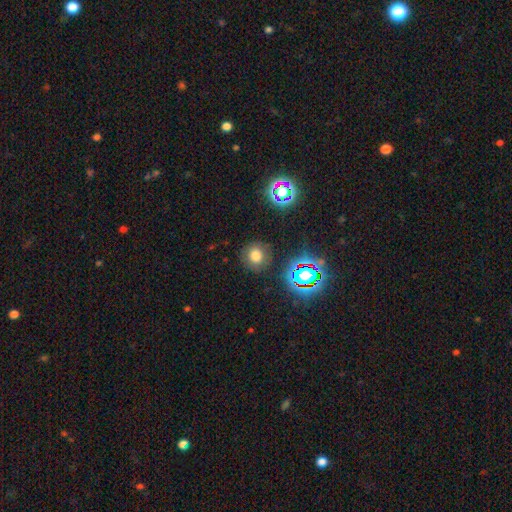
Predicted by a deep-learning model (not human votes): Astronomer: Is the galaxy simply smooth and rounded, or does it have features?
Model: smooth — 68%.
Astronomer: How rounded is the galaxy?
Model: round — 90%.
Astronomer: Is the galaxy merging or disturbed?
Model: none — 85%.